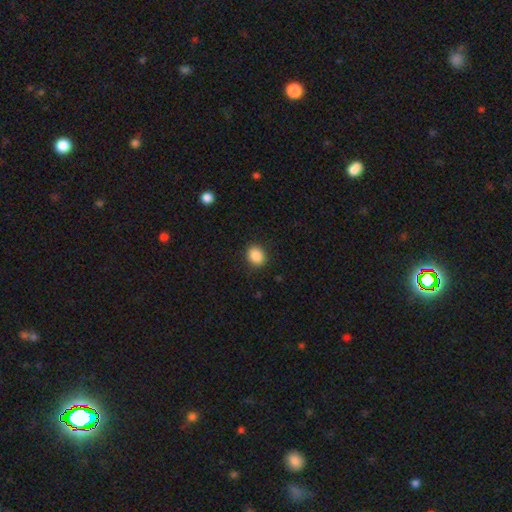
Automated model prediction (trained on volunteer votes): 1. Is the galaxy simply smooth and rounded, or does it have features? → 88% smooth, 9% star or artifact, 3% featured or disk.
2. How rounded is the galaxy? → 58% round, 41% in between, 1% cigar-shaped.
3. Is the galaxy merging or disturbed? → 89% none, 8% minor disturbance, 2% major disturbance, 1% merger.